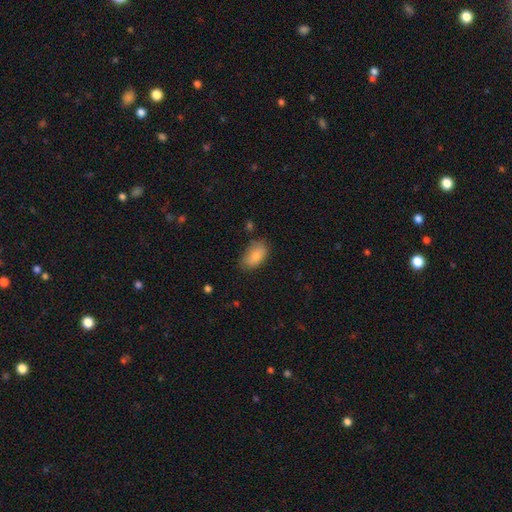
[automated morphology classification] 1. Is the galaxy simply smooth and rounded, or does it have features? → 84% smooth, 9% featured or disk, 7% star or artifact.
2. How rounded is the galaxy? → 92% in between, 5% round, 2% cigar-shaped.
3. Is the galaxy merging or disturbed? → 71% none, 22% minor disturbance, 5% major disturbance, 3% merger.